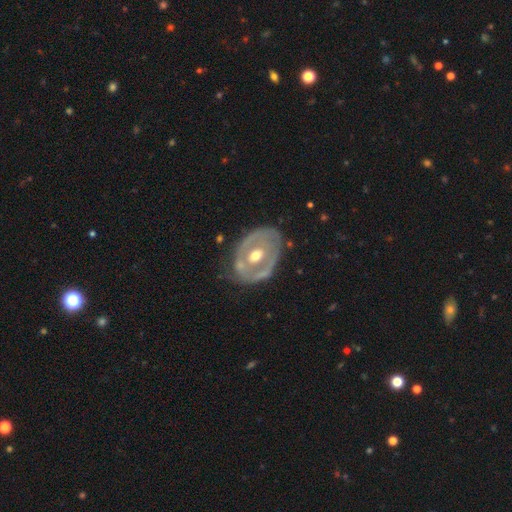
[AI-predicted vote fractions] smooth-or-featured: featured or disk: 73% | smooth: 23% | star or artifact: 5%
  disk-edge-on: no: 95% | yes: 5%
    bar: no: 65% | weak: 25% | strong: 11%
    has-spiral-arms: no: 65% | yes: 35%
    bulge-size: moderate: 77% | small: 16% | large: 5% | none: 1% | dominant: 1%
  merging: none: 59% | minor disturbance: 27% | major disturbance: 10% | merger: 3%